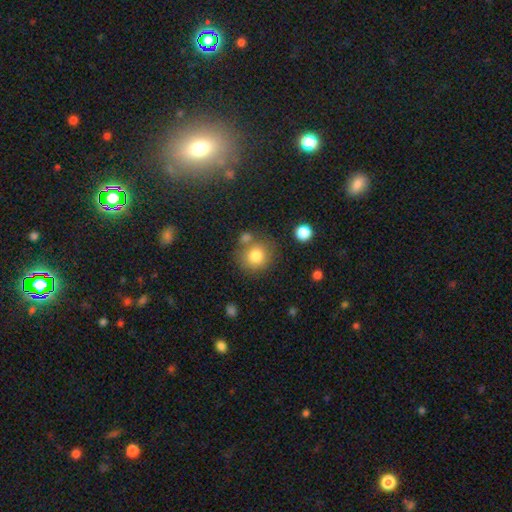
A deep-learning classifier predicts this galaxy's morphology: Smooth or featured? smooth (79%)
How rounded? round (88%)
Merging? none (67%)